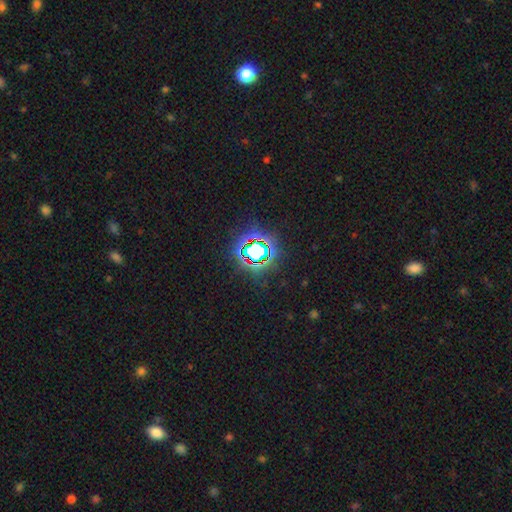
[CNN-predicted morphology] Smooth or featured?
  - star or artifact: 81% *
  - smooth: 12%
  - featured or disk: 7%